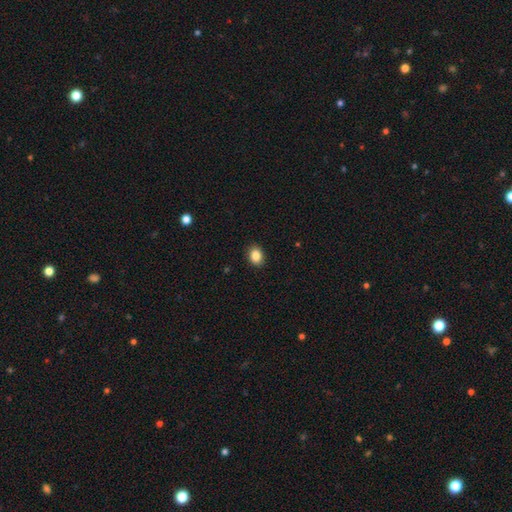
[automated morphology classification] Smooth or featured?
  - smooth: 86% *
  - star or artifact: 9%
  - featured or disk: 5%
How rounded?
  - in between: 59% *
  - round: 41%
  - cigar-shaped: 1%
Merging?
  - none: 90% *
  - minor disturbance: 7%
  - major disturbance: 2%
  - merger: 1%